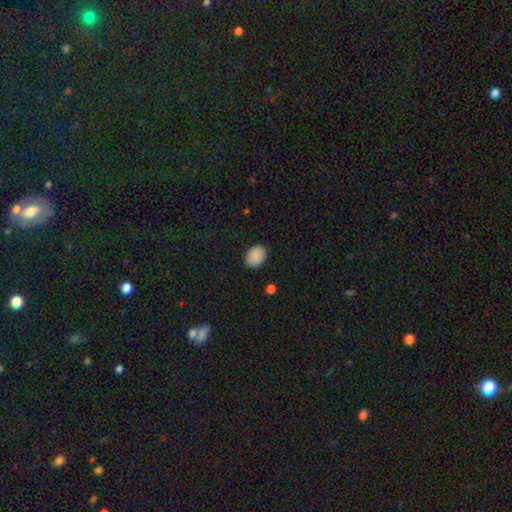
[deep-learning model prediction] Smooth or featured: smooth — 89% (star or artifact — 7%)
How rounded: in between — 58% (round — 41%)
Merging: none — 88% (minor disturbance — 9%)